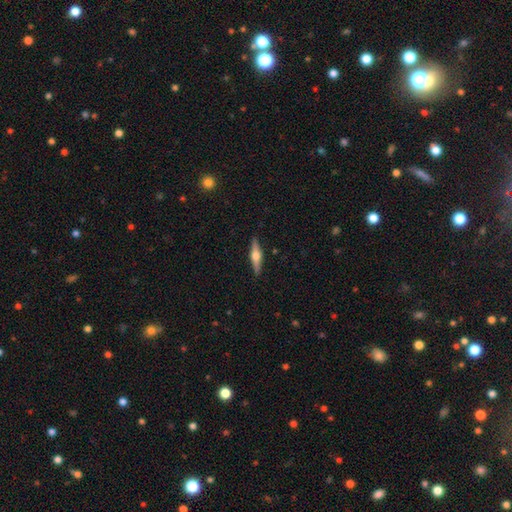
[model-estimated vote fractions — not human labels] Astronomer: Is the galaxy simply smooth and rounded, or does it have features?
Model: featured or disk — 67%.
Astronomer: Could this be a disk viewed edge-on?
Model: yes — 97%.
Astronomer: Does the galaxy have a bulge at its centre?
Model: rounded — 94%.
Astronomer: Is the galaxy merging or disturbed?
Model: none — 90%.